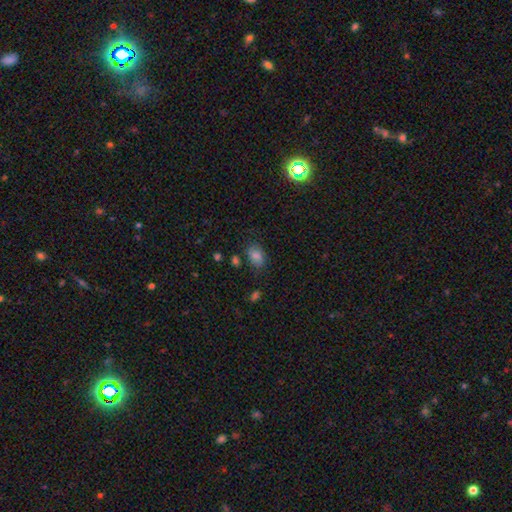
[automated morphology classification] Smooth or featured? Predicted: smooth (p=0.72). How rounded? Predicted: in between (p=0.82). Merging? Predicted: none (p=0.70).